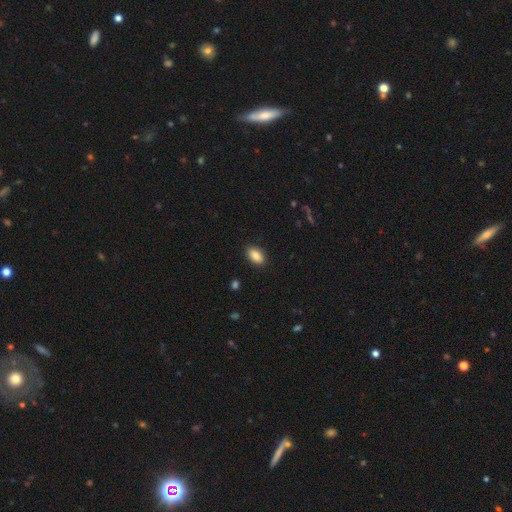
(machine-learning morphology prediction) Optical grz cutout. It shows a smooth galaxy with no disk features (86%) that is in between round and cigar-shaped (91%). Merging: none (88%).